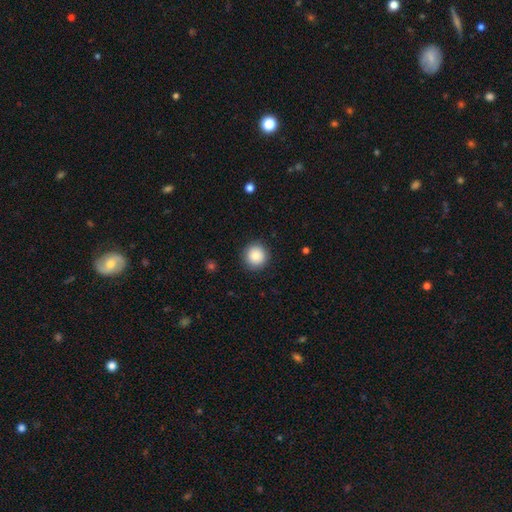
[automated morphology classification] A smooth galaxy with no disk features (87%) that is round (94%). Merging: none (90%).